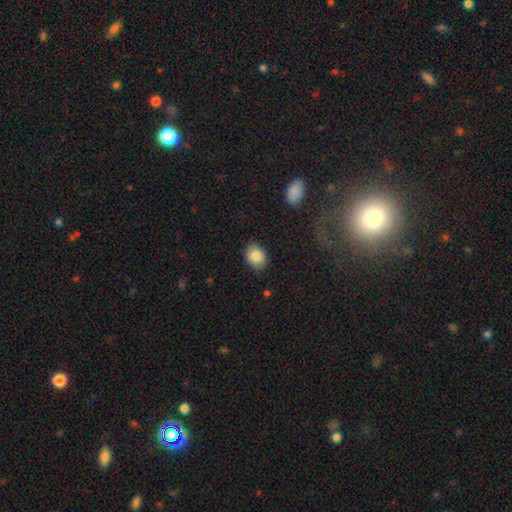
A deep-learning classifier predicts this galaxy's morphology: A smooth galaxy with no disk features (83%) that is in between round and cigar-shaped (64%). Merging: none (84%).